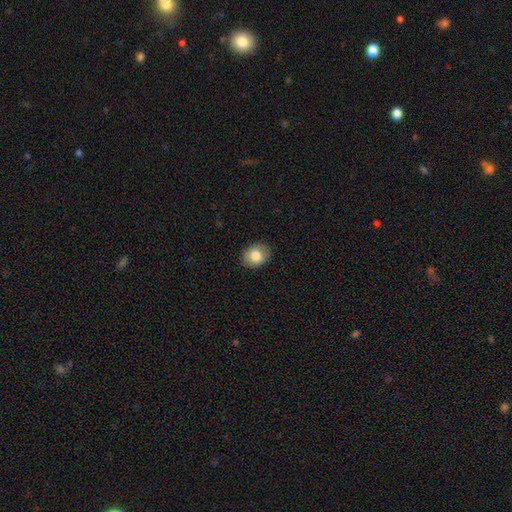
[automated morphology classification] A smooth galaxy with no disk features (82%) that is in between round and cigar-shaped (57%).

Vote fractions:
- Smooth or featured? smooth: 82% / featured or disk: 10% / star or artifact: 8%
- How rounded? in between: 57% / round: 42% / cigar-shaped: 1%
- Merging? none: 89% / minor disturbance: 8% / major disturbance: 2% / merger: 1%